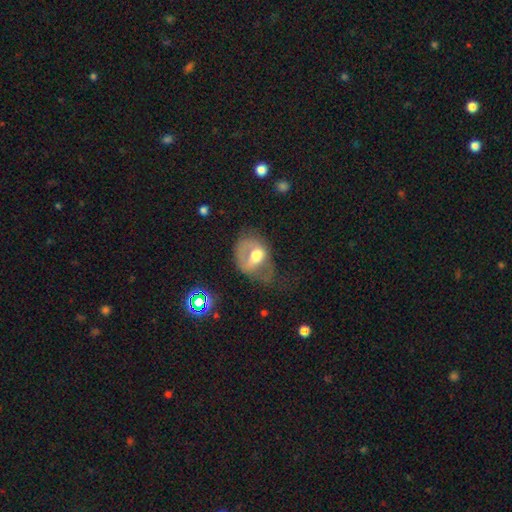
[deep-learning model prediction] A featured or disk galaxy (48%). Merging: major disturbance (37%).